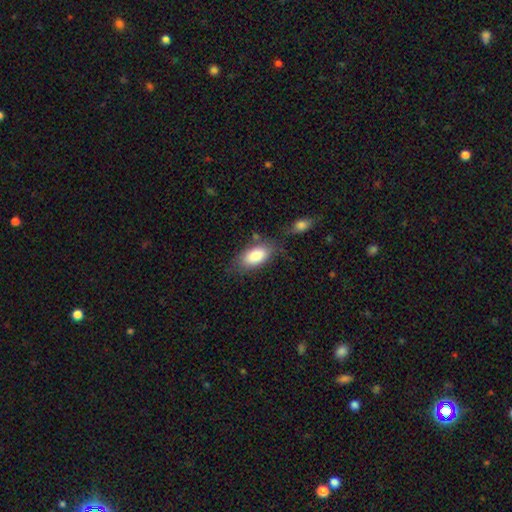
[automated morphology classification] A smooth galaxy with no disk features (85%) that is in between round and cigar-shaped (93%).

Vote fractions:
- Smooth or featured? smooth: 85% / featured or disk: 9% / star or artifact: 7%
- How rounded? in between: 93% / cigar-shaped: 4% / round: 4%
- Merging? none: 64% / minor disturbance: 19% / merger: 10% / major disturbance: 7%